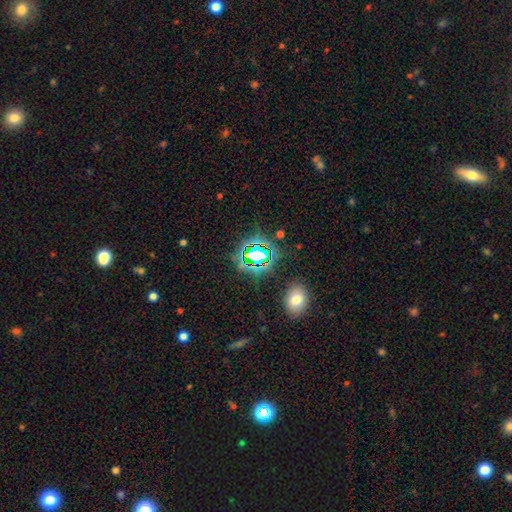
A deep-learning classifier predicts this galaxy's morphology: Smooth or featured? star or artifact (69%)